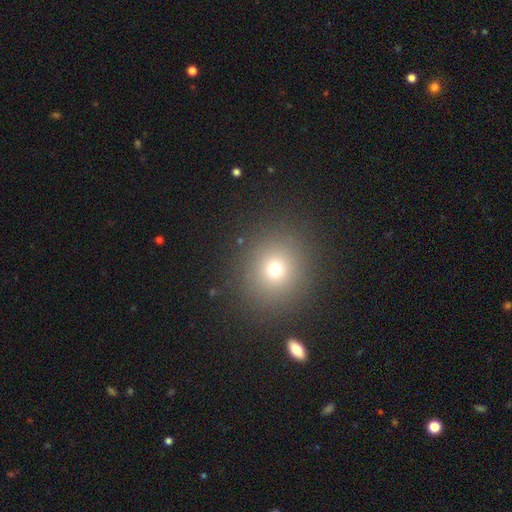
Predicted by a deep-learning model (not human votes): This is likely a smooth galaxy (63%). How rounded: clearly round (87%). Merging: clearly none (91%).